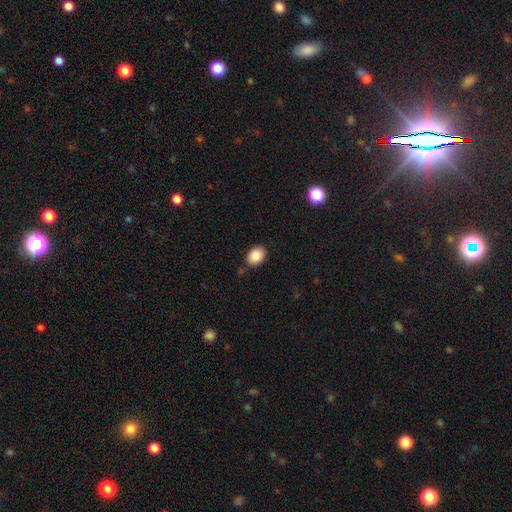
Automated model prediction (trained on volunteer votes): The model was most divided on "how rounded": in between: 72%, round: 27%, cigar-shaped: 1%. More confident: smooth or featured — smooth (88%); merging — none (82%).